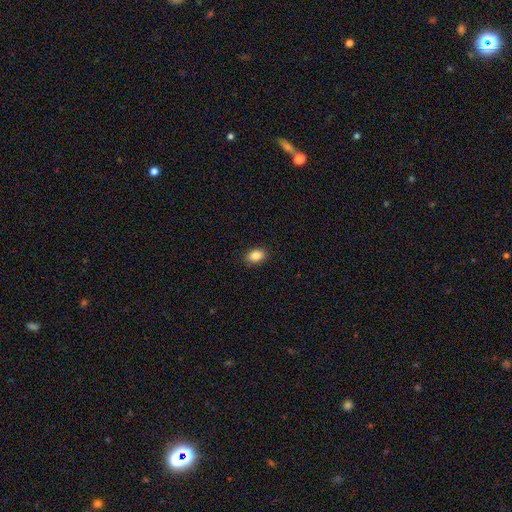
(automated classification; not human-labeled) Smooth or featured? Predicted: smooth (p=0.87). How rounded? Predicted: in between (p=0.84). Merging? Predicted: none (p=0.89).